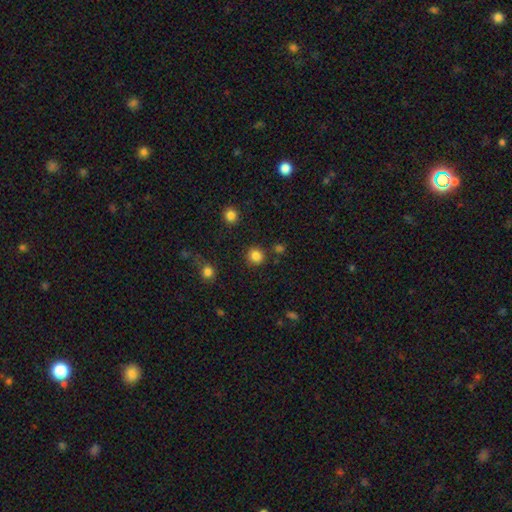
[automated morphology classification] smooth-or-featured: smooth: 84% | star or artifact: 12% | featured or disk: 4%
  how-rounded: round: 90% | in between: 9% | cigar-shaped: 1%
  merging: none: 86% | minor disturbance: 7% | merger: 4% | major disturbance: 3%